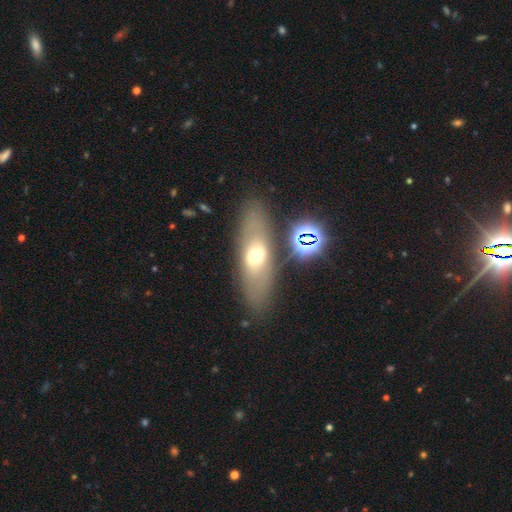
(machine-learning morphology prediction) Smooth or featured: smooth — 50% (featured or disk — 37%)
How rounded: in between — 66% (cigar-shaped — 29%)
Merging: none — 77% (minor disturbance — 12%)